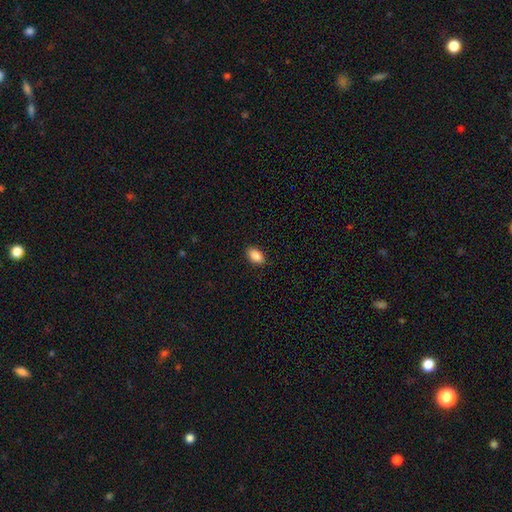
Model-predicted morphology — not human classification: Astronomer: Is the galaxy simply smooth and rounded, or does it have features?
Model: smooth — 89%.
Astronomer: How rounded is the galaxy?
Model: in between — 91%.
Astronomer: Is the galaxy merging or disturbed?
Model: none — 89%.